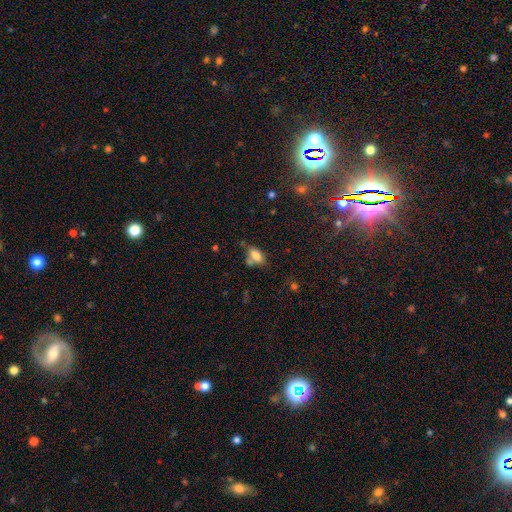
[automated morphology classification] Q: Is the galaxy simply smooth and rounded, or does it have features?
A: smooth — 78%.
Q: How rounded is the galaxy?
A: in between — 87%.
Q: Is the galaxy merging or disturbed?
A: none — 50%.